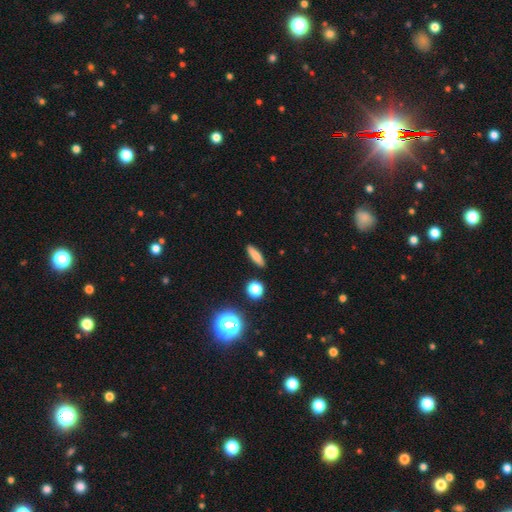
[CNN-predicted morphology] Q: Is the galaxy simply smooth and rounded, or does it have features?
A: smooth — 77%.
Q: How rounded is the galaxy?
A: cigar-shaped — 63%.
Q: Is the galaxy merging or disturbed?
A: none — 90%.